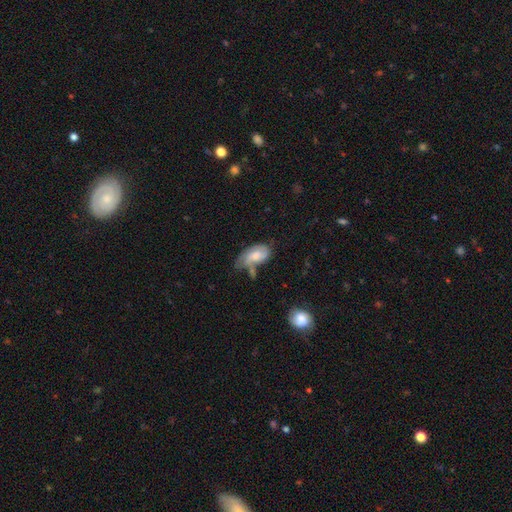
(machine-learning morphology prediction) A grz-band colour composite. It shows a smooth galaxy with no disk features (55%) that is in between round and cigar-shaped (92%). Merging: minor disturbance (32%).